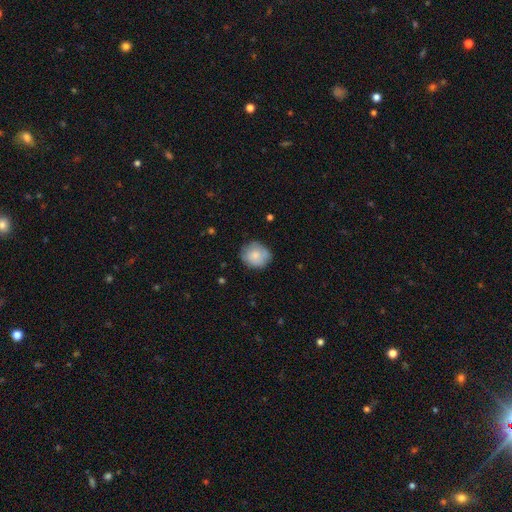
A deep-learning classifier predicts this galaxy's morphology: smooth_or_featured: smooth (p=0.78) [alt: featured or disk p=0.15]
how_rounded: round (p=0.80) [alt: in between p=0.19]
merging: none (p=0.74) [alt: minor disturbance p=0.20]